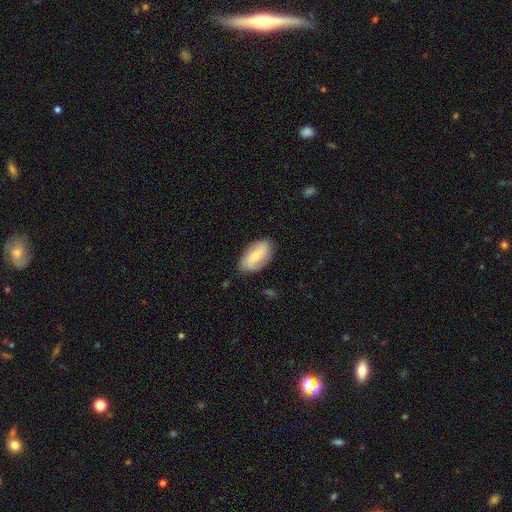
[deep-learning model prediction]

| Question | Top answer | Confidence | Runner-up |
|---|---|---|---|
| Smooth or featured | smooth | 50% | featured or disk (43%) |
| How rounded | in between | 92% | round (5%) |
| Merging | none | 74% | minor disturbance (20%) |